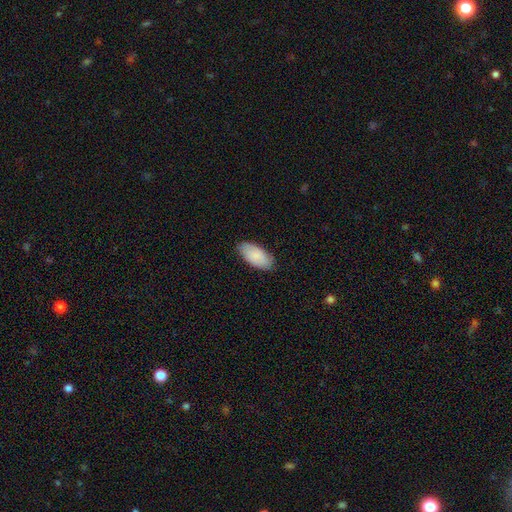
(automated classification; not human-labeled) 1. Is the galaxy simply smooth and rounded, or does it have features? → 84% smooth, 10% featured or disk, 6% star or artifact.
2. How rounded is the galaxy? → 94% in between, 4% cigar-shaped, 2% round.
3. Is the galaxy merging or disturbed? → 82% none, 15% minor disturbance, 2% major disturbance, 1% merger.